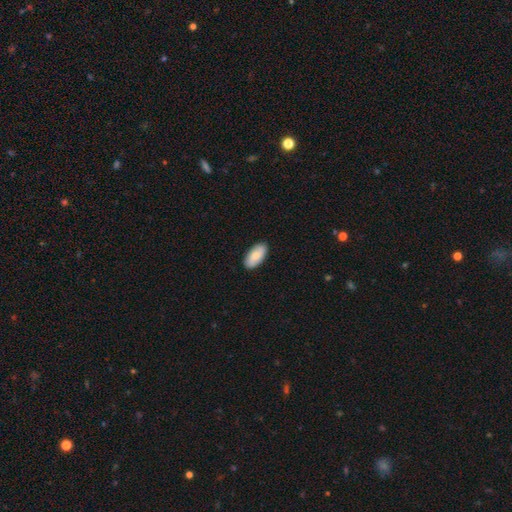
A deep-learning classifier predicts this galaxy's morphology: smooth 80%, featured or disk 15%, star or artifact 5%. Down the decision tree: how rounded — in between (93%); merging — none (90%).